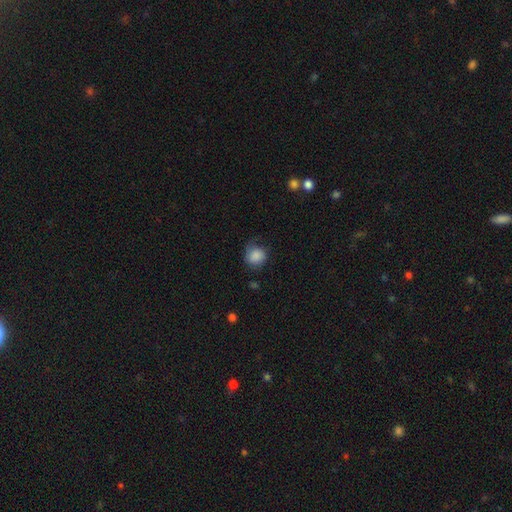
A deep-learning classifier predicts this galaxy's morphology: type=smooth (85%); roundness=round (80%); merging=none (57%).